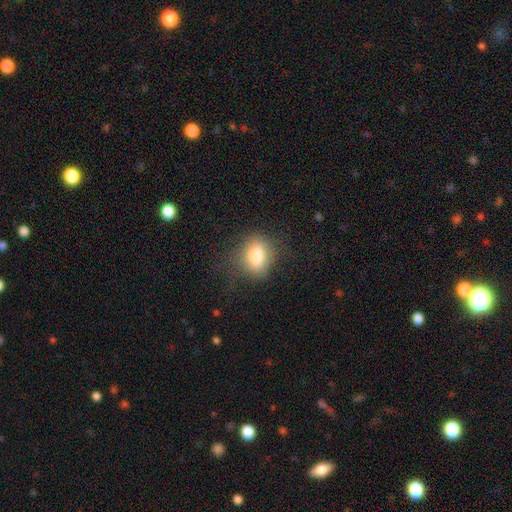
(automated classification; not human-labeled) Smooth or featured?
  - smooth: 75% *
  - featured or disk: 14%
  - star or artifact: 10%
How rounded?
  - in between: 50% *
  - round: 48%
  - cigar-shaped: 2%
Merging?
  - none: 73% *
  - minor disturbance: 17%
  - major disturbance: 9%
  - merger: 1%